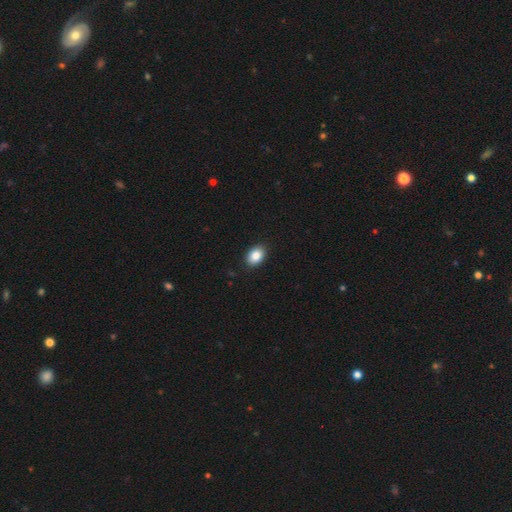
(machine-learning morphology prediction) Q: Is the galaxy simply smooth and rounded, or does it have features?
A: smooth — 86%.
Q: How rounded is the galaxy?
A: in between — 78%.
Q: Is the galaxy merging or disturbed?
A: none — 90%.